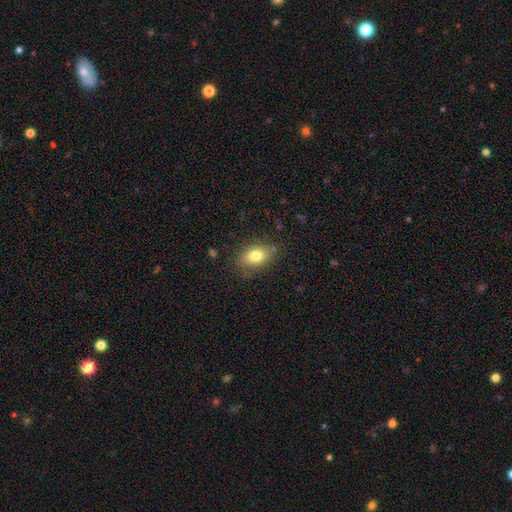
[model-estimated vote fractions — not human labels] Q: Smooth or featured?
A: smooth (80%); runner-up: featured or disk (11%)
Q: How rounded?
A: in between (78%); runner-up: round (20%)
Q: Merging?
A: none (80%); runner-up: minor disturbance (14%)